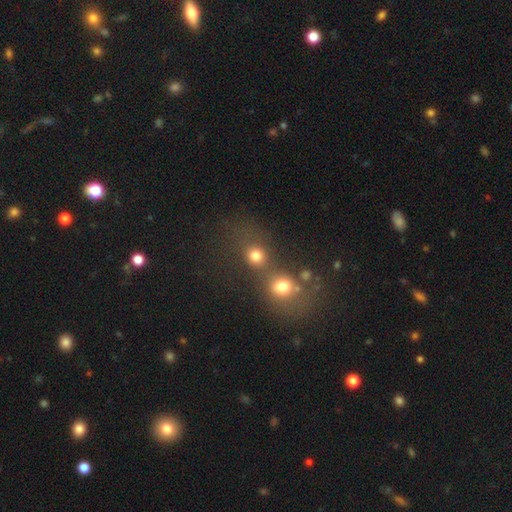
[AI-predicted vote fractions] smooth-or-featured: smooth: 77% | star or artifact: 15% | featured or disk: 8%
  how-rounded: round: 82% | in between: 17% | cigar-shaped: 1%
  merging: merger: 45% | none: 42% | minor disturbance: 7% | major disturbance: 6%